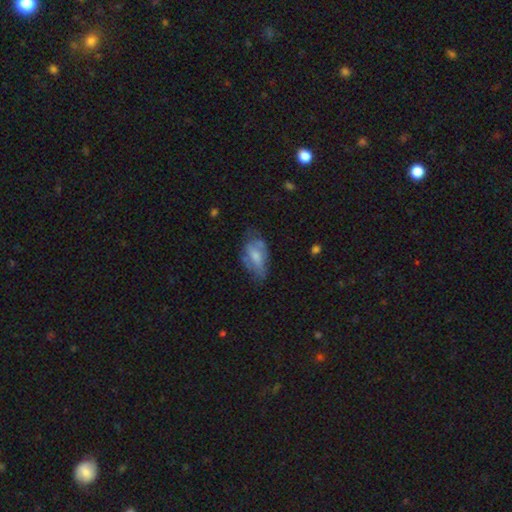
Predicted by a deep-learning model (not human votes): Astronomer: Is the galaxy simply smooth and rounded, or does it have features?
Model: smooth — 49% (runner-up: featured or disk, 43%).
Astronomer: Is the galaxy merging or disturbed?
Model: none — 42% (runner-up: minor disturbance, 34%).